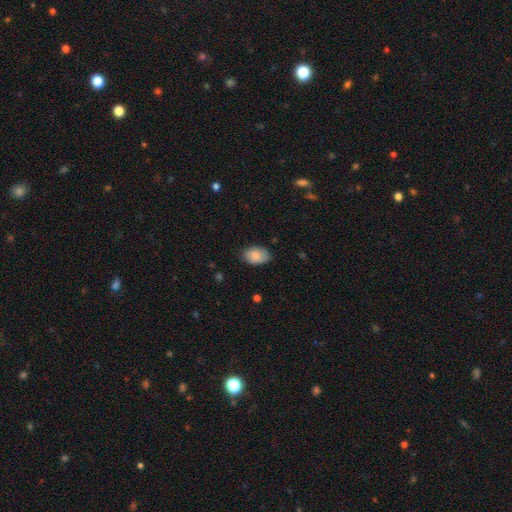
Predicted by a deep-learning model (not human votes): Overall: smooth (84%). How rounded: in between (88%). Merging: none (78%).